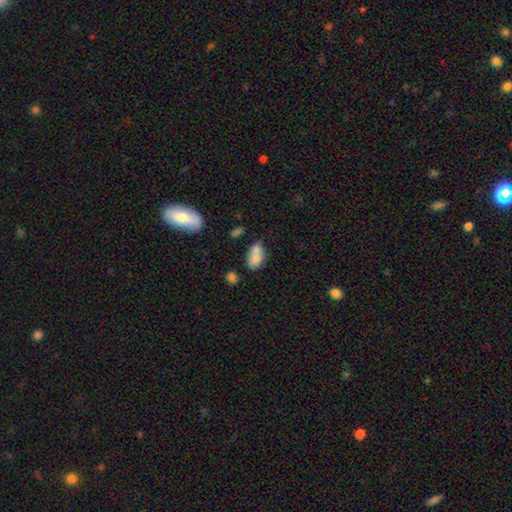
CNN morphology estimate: This is likely a smooth galaxy (75%). How rounded: clearly in between (86%). Merging: marginally none (41%).